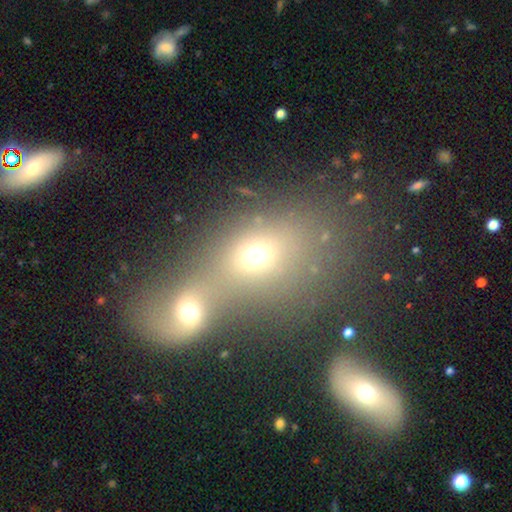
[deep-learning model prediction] This is likely a smooth galaxy (61%). How rounded: possibly round (50%). Merging: likely merger (75%).